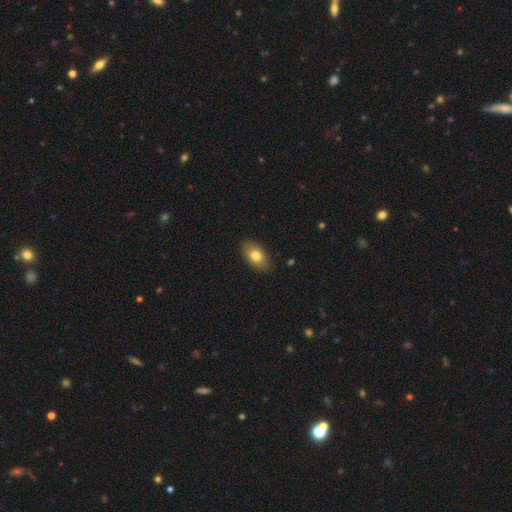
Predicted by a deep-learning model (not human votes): smooth 79%, featured or disk 14%, star or artifact 7%. Down the decision tree: how rounded — in between (90%); merging — none (85%).